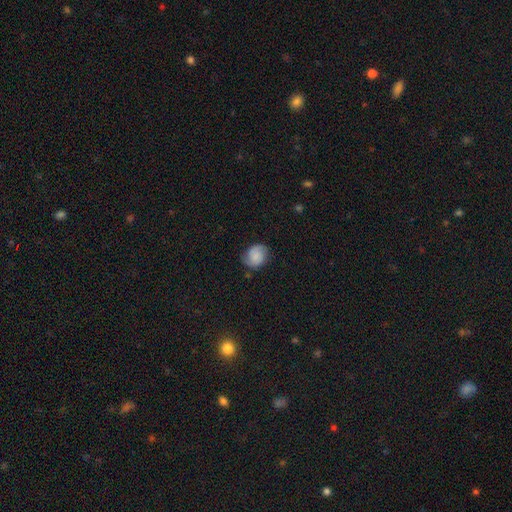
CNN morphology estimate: Smooth or featured?
  - smooth: 57% *
  - featured or disk: 34%
  - star or artifact: 9%
How rounded?
  - round: 63% *
  - in between: 36%
  - cigar-shaped: 1%
Merging?
  - none: 70% *
  - minor disturbance: 22%
  - major disturbance: 7%
  - merger: 1%